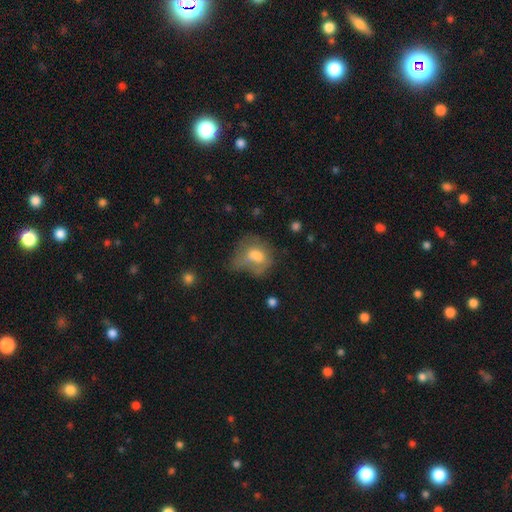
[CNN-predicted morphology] type=smooth (64%); roundness=in between (57%); merging=major disturbance (32%).